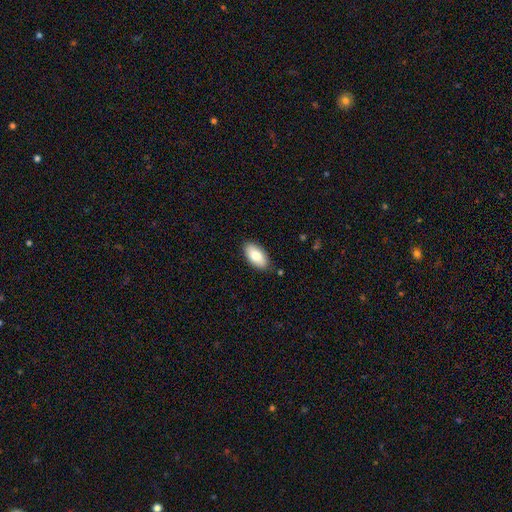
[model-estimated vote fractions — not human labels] Overall: smooth (82%). How rounded: in between (93%). Merging: none (87%).